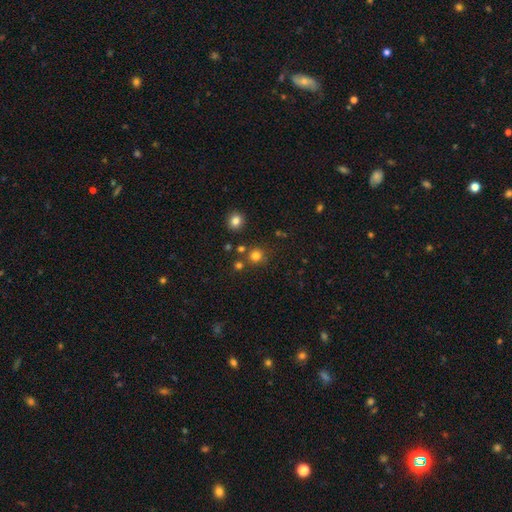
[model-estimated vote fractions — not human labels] Q: Smooth or featured?
A: smooth (78%); runner-up: star or artifact (17%)
Q: How rounded?
A: round (91%); runner-up: in between (8%)
Q: Merging?
A: none (78%); runner-up: merger (11%)